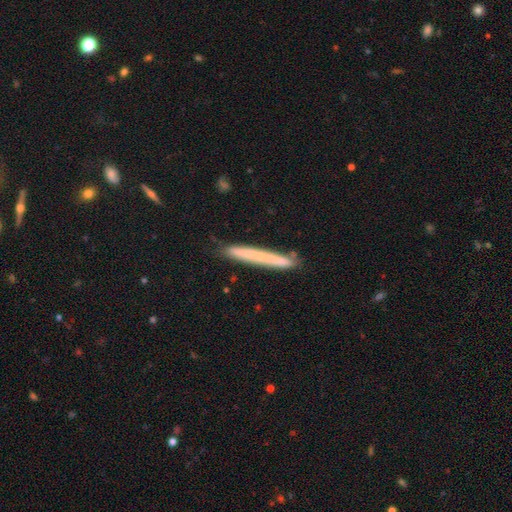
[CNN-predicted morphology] Smooth or featured?
  - smooth: 61% *
  - featured or disk: 31%
  - star or artifact: 8%
How rounded?
  - cigar-shaped: 97% *
  - in between: 2%
  - round: 1%
Merging?
  - none: 86% *
  - minor disturbance: 10%
  - merger: 2%
  - major disturbance: 2%